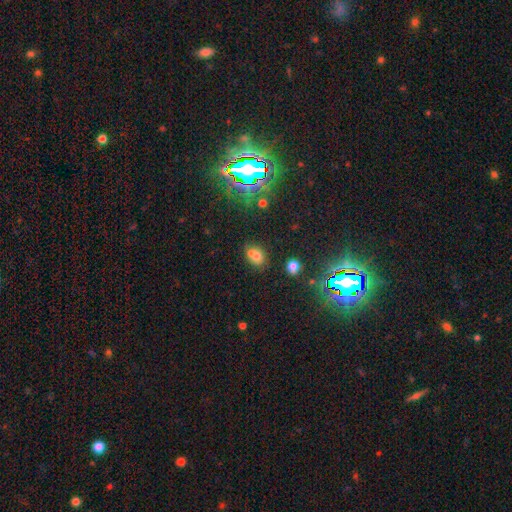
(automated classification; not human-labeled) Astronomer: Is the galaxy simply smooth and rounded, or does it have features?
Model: smooth — 68%.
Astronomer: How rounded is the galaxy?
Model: in between — 57% (runner-up: round, 42%).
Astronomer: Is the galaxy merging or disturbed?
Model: none — 52% (runner-up: merger, 29%).